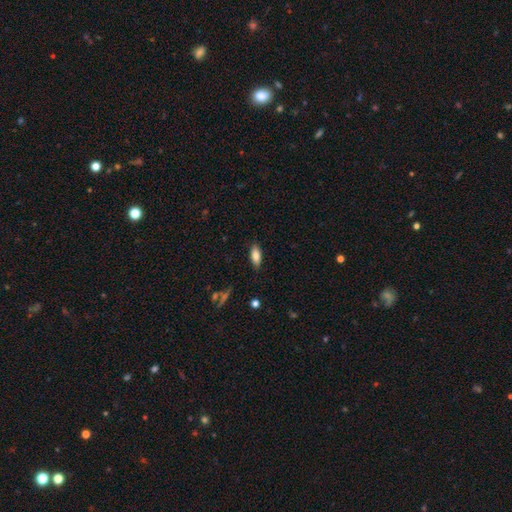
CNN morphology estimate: Smooth or featured? Predicted: smooth (p=0.79). How rounded? Predicted: in between (p=0.76). Merging? Predicted: none (p=0.86).